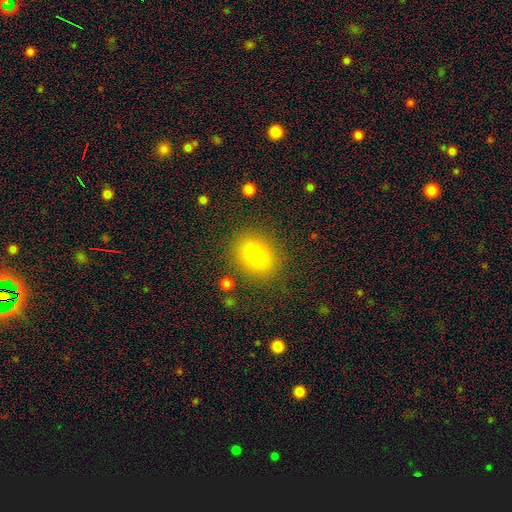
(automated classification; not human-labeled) The model was most divided on "how rounded": round: 58%, in between: 41%, cigar-shaped: 1%. More confident: merging — none (83%); smooth or featured — smooth (74%).